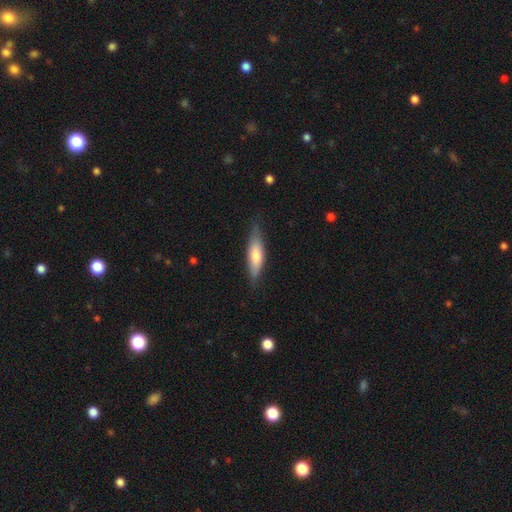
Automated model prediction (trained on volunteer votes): Smooth or featured?
  - smooth: 63% *
  - featured or disk: 31%
  - star or artifact: 6%
How rounded?
  - cigar-shaped: 58% *
  - in between: 41%
  - round: 2%
Merging?
  - none: 76% *
  - minor disturbance: 19%
  - major disturbance: 3%
  - merger: 1%